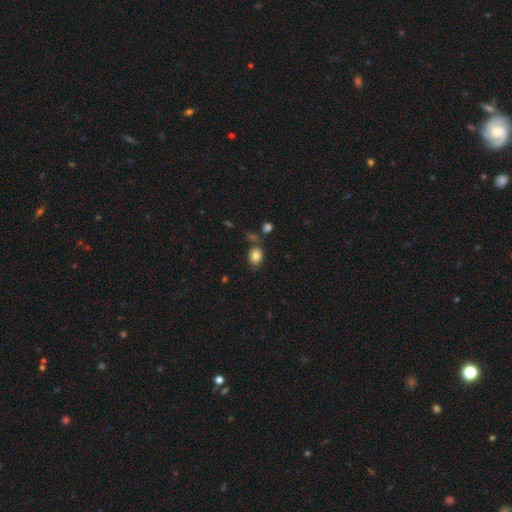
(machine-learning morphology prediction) smooth_or_featured: smooth (p=0.84) [alt: star or artifact p=0.09]
how_rounded: in between (p=0.66) [alt: round p=0.33]
merging: none (p=0.67) [alt: minor disturbance p=0.17]